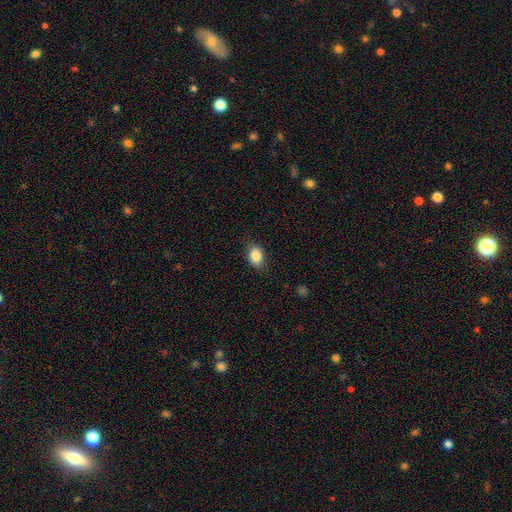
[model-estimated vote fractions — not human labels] Smooth or featured? smooth (85%)
How rounded? in between (72%)
Merging? none (80%)